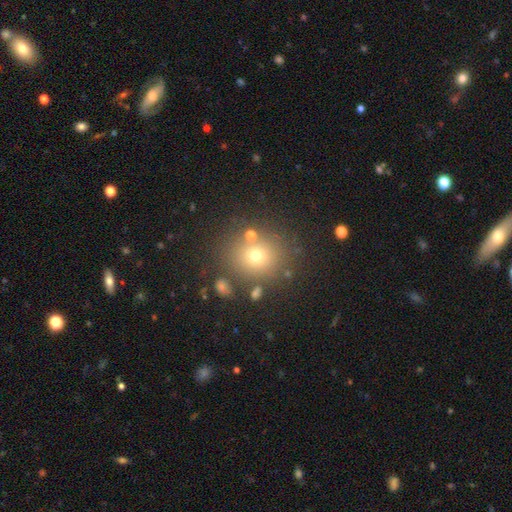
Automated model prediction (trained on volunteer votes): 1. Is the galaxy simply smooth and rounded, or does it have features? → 69% smooth, 19% star or artifact, 12% featured or disk.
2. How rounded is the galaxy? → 80% round, 19% in between, 1% cigar-shaped.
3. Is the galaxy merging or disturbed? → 79% none, 10% minor disturbance, 7% merger, 5% major disturbance.